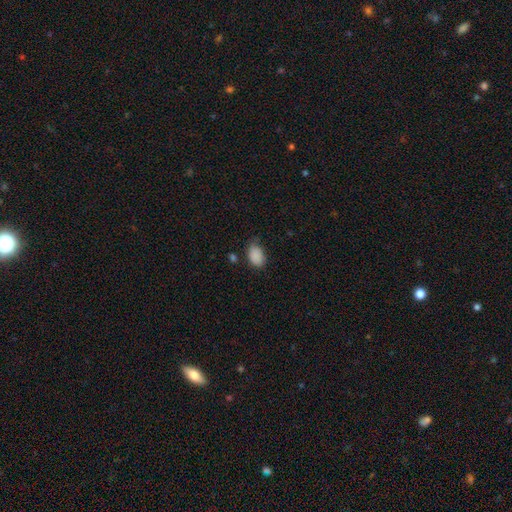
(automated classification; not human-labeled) Morphology: type=smooth (88%); roundness=in between (87%); merging=none (66%).